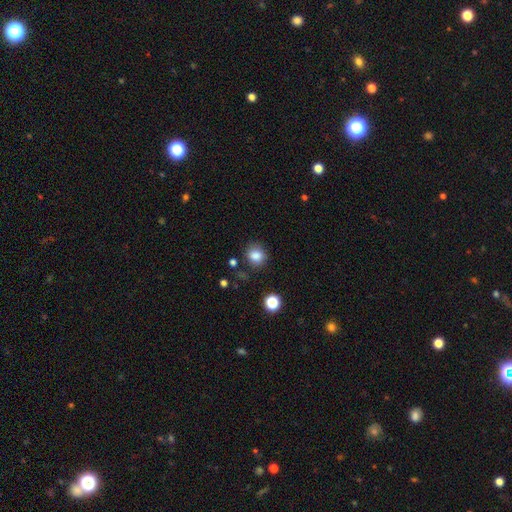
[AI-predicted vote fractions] A smooth galaxy with no disk features (83%) that is round (73%).

Vote fractions:
- Smooth or featured? smooth: 83% / star or artifact: 11% / featured or disk: 5%
- How rounded? round: 73% / in between: 26% / cigar-shaped: 1%
- Merging? none: 78% / minor disturbance: 15% / major disturbance: 4% / merger: 3%